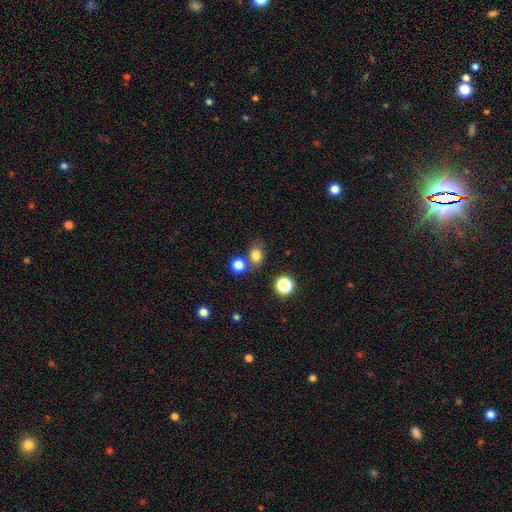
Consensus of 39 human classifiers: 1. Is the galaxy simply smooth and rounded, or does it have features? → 90% smooth, 8% star or artifact, 3% featured or disk.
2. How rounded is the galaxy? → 69% round, 31% in between, 0% cigar-shaped.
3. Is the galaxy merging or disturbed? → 67% none, 25% merger, 8% minor disturbance, 0% major disturbance.